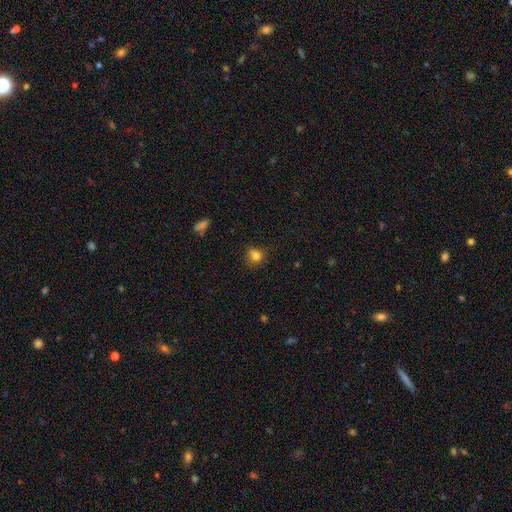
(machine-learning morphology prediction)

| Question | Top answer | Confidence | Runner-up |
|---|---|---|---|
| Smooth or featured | smooth | 78% | star or artifact (13%) |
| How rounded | round | 71% | in between (27%) |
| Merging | none | 60% | minor disturbance (23%) |